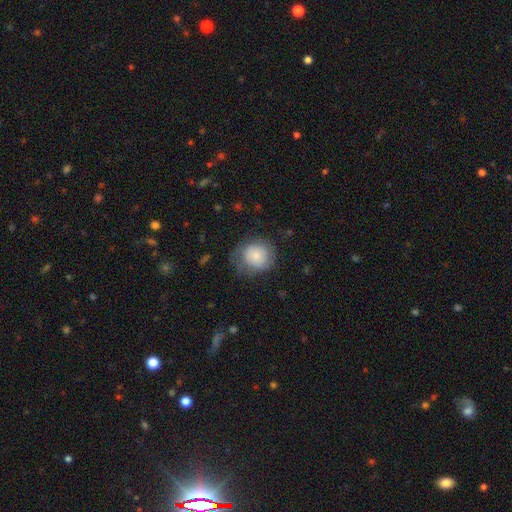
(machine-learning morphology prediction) This appears to be a smooth galaxy with no disk features (78%) that is round (83%). Merging: none (58%).